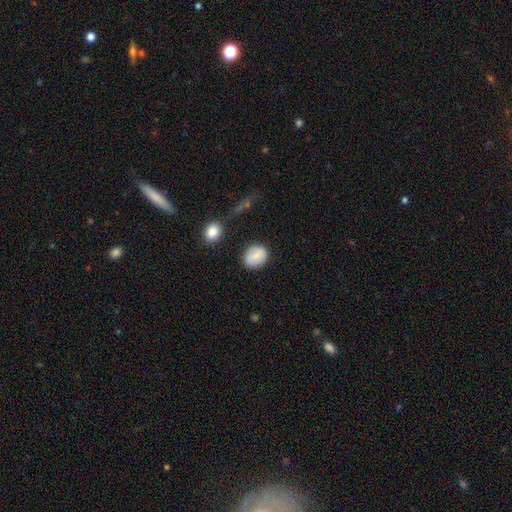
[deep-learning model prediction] Q: Smooth or featured?
A: smooth (76%); runner-up: featured or disk (17%)
Q: How rounded?
A: round (55%); runner-up: in between (44%)
Q: Merging?
A: none (80%); runner-up: minor disturbance (13%)